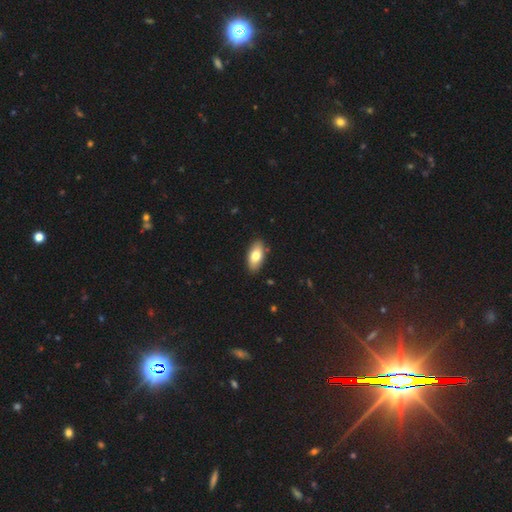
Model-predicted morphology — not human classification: Smooth or featured: smooth — 77% (featured or disk — 17%)
How rounded: in between — 91% (cigar-shaped — 7%)
Merging: none — 88% (minor disturbance — 9%)